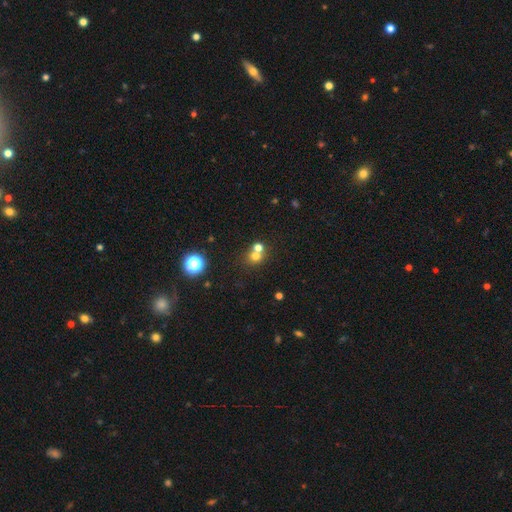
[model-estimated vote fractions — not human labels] The model was most divided on "merging": none: 47%, merger: 44%, minor disturbance: 6%, major disturbance: 3%. More confident: how rounded — round (83%); smooth or featured — smooth (67%).